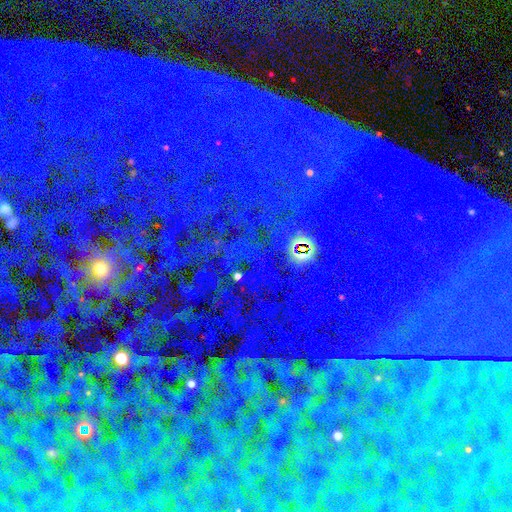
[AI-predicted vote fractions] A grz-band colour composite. It shows a star or artifact, not a galaxy (85%).